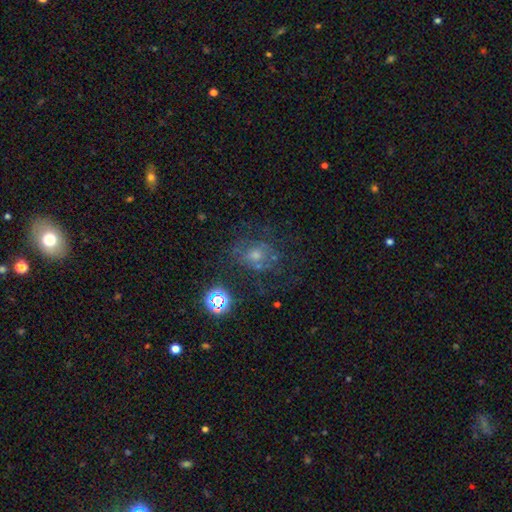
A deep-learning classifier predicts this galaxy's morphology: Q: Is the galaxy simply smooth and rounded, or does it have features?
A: smooth — 42%.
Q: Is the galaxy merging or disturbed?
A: none — 53%.